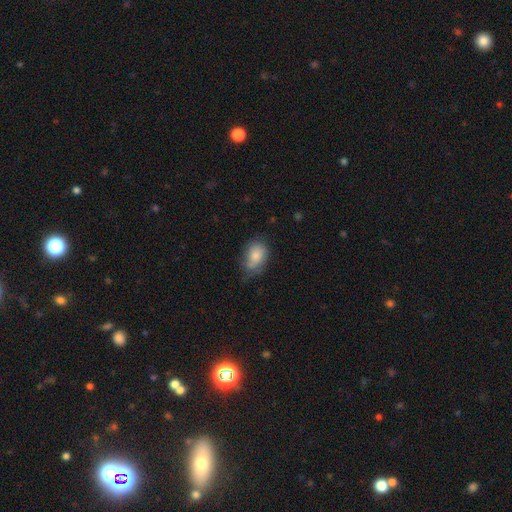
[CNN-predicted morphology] smooth 77%, featured or disk 15%, star or artifact 7%. Down the decision tree: how rounded — in between (84%); merging — none (49%).